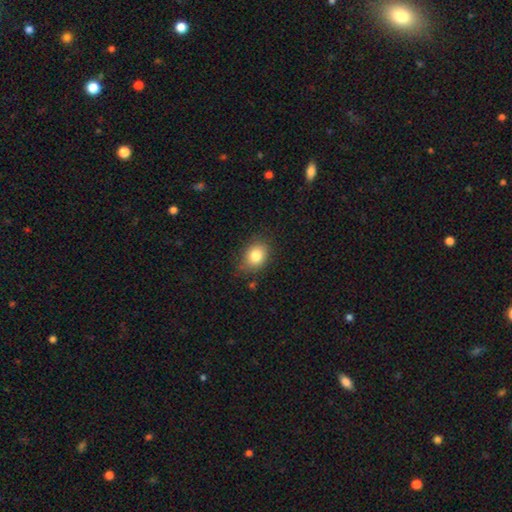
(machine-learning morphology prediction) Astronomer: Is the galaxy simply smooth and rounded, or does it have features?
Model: smooth — 82%.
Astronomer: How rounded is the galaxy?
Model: in between — 57% (runner-up: round, 42%).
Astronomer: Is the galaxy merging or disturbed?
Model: none — 76%.